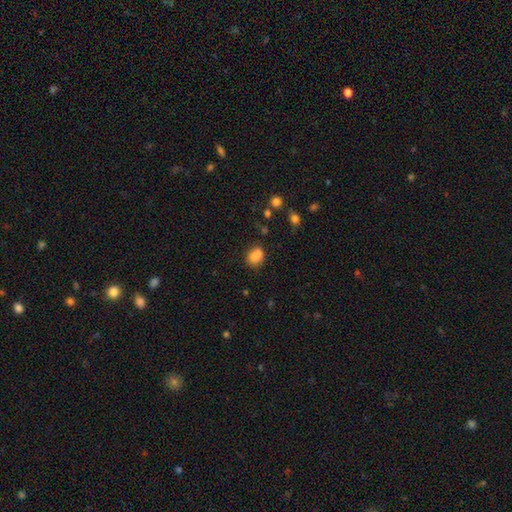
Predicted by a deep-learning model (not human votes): smooth 78%, featured or disk 11%, star or artifact 11%. Down the decision tree: how rounded — in between (50%); merging — none (45%).